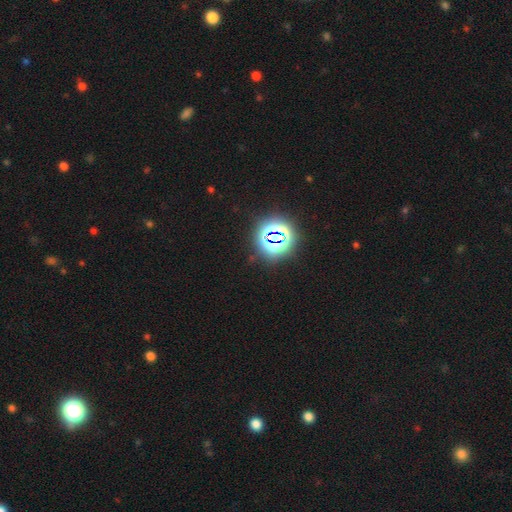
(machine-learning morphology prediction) Smooth or featured? star or artifact (81%)